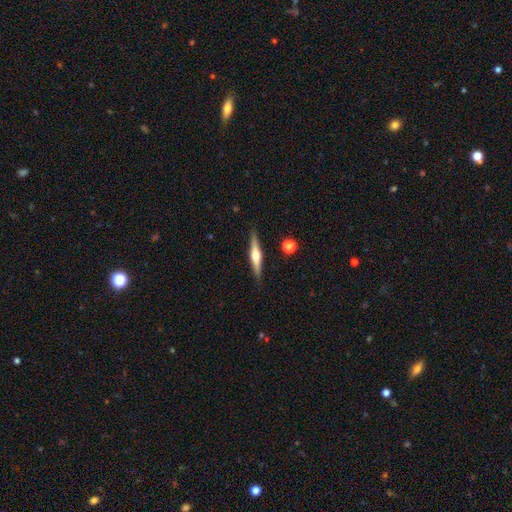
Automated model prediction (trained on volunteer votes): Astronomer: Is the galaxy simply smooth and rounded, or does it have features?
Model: featured or disk — 68%.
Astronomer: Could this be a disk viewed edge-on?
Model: yes — 97%.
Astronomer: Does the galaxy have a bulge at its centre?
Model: rounded — 92%.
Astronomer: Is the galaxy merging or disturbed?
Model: none — 88%.